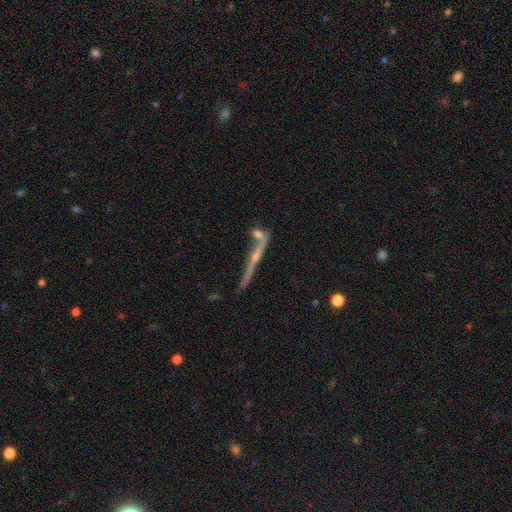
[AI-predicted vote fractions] Smooth or featured? featured or disk (71%)
Edge-on disk? yes (93%)
Edge-on bulge? rounded (62%)
Merging? none (57%)